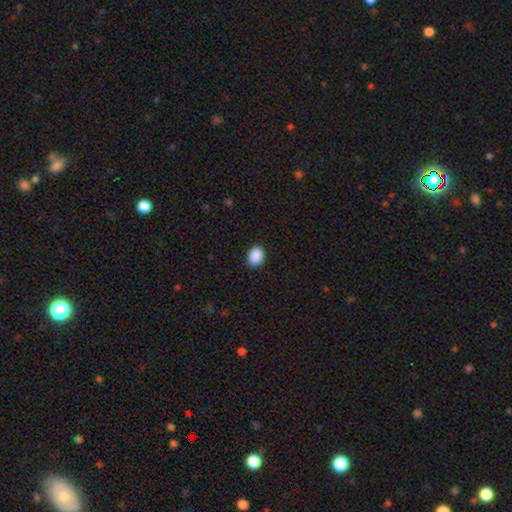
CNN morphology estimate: Smooth or featured?
  - smooth: 90% *
  - star or artifact: 8%
  - featured or disk: 2%
How rounded?
  - in between: 62% *
  - round: 37%
  - cigar-shaped: 1%
Merging?
  - none: 90% *
  - minor disturbance: 7%
  - major disturbance: 2%
  - merger: 1%